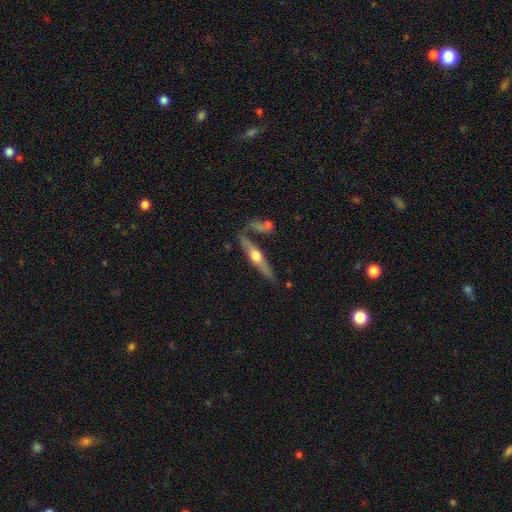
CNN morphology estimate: Smooth or featured?
  - featured or disk: 69% *
  - smooth: 26%
  - star or artifact: 5%
Edge-on disk?
  - yes: 95% *
  - no: 5%
Edge-on bulge?
  - rounded: 94% *
  - boxy: 3%
  - none: 3%
Merging?
  - none: 70% *
  - minor disturbance: 14%
  - merger: 11%
  - major disturbance: 4%